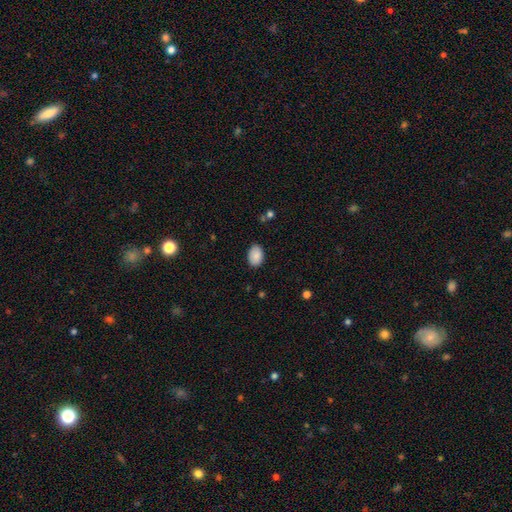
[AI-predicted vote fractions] smooth_or_featured: smooth (p=0.88) [alt: star or artifact p=0.07]
how_rounded: in between (p=0.87) [alt: round p=0.12]
merging: none (p=0.86) [alt: minor disturbance p=0.11]